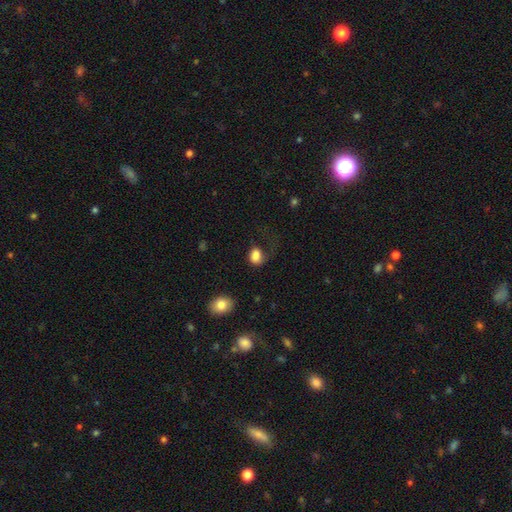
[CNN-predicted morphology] The model was most divided on "merging": none: 40%, major disturbance: 33%, minor disturbance: 23%, merger: 4%. More confident: smooth or featured — smooth (83%); how rounded — in between (66%).